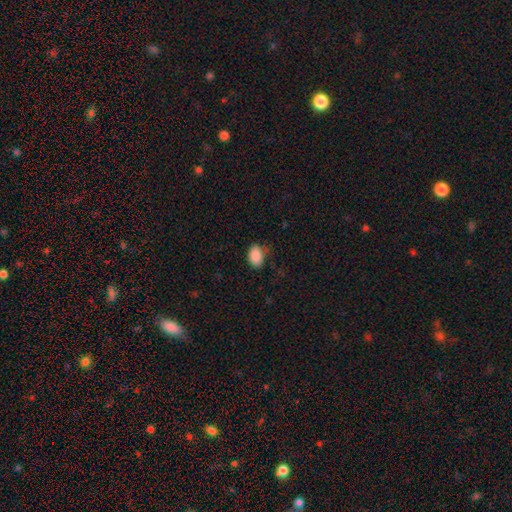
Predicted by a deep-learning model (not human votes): Smooth or featured? Predicted: smooth (p=0.88). How rounded? Predicted: in between (p=0.85). Merging? Predicted: none (p=0.70).